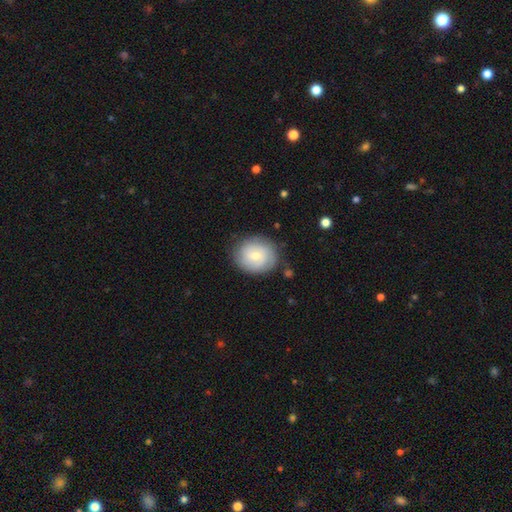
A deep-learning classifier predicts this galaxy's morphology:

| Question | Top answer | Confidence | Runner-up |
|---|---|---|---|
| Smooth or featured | smooth | 53% | featured or disk (40%) |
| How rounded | round | 75% | in between (24%) |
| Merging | none | 82% | minor disturbance (13%) |